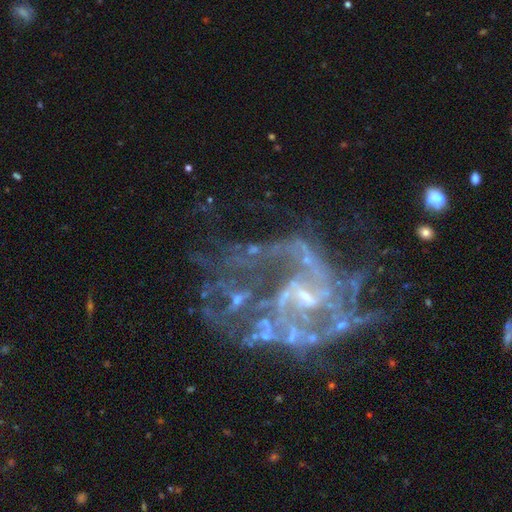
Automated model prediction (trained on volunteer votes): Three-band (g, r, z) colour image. It shows a featured or disk galaxy (86%) with a weak bar (46%), 2 (37%) medium (44%) spiral arms (85%) and a small central bulge (56%). Merging: major disturbance (39%).